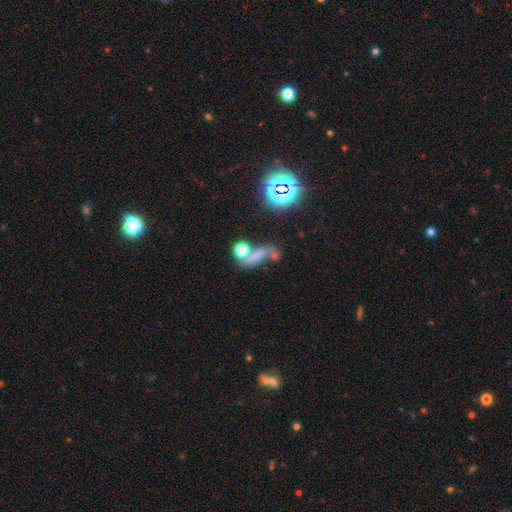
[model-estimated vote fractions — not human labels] Smooth or featured? Predicted: smooth (p=0.57). How rounded? Predicted: in between (p=0.49). Merging? Predicted: merger (p=0.34).